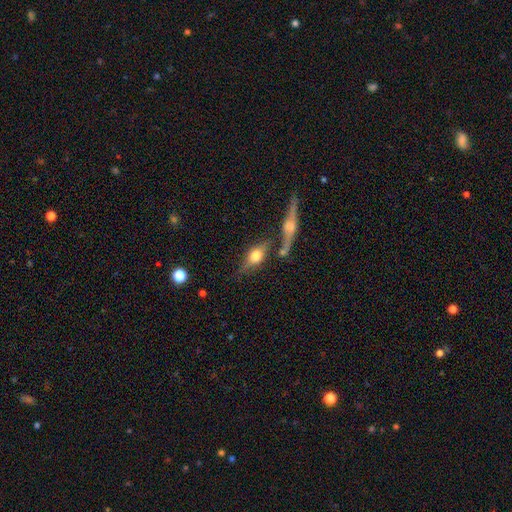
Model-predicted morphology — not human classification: Smooth or featured? Predicted: featured or disk (p=0.55). Edge-on disk? Predicted: yes (p=0.88). Merging? Predicted: none (p=0.63).